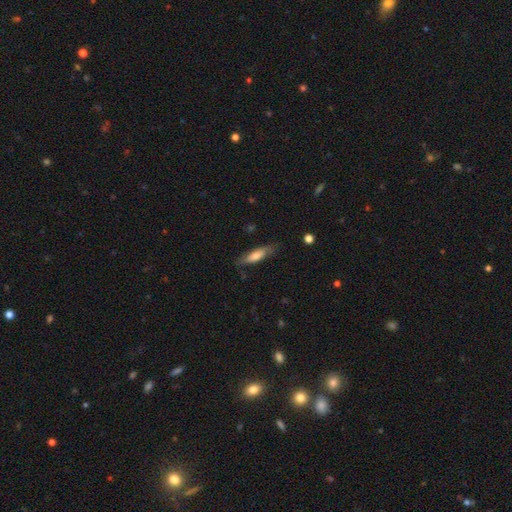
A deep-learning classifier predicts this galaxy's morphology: A smooth galaxy with no disk features (65%) that is cigar-shaped (61%).

Vote fractions:
- Smooth or featured? smooth: 65% / featured or disk: 29% / star or artifact: 6%
- How rounded? cigar-shaped: 61% / in between: 37% / round: 2%
- Merging? none: 76% / minor disturbance: 18% / major disturbance: 5% / merger: 1%